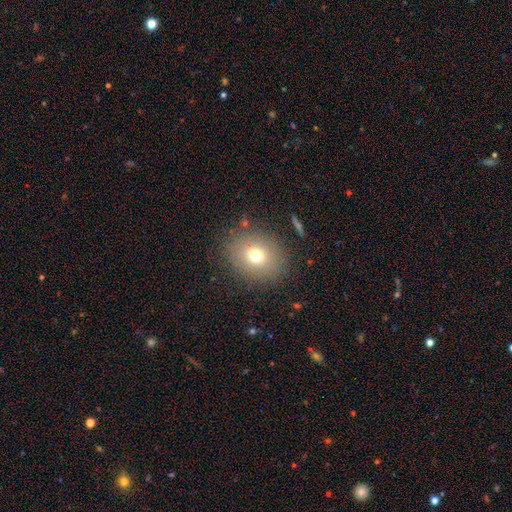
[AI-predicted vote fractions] Q: Smooth or featured?
A: smooth (71%); runner-up: featured or disk (14%)
Q: How rounded?
A: round (62%); runner-up: in between (37%)
Q: Merging?
A: none (84%); runner-up: minor disturbance (10%)